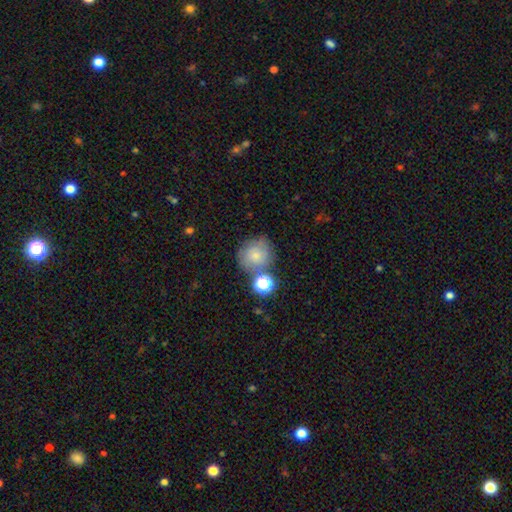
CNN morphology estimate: A smooth galaxy with no disk features (71%) that is round (88%). Merging: none (62%).